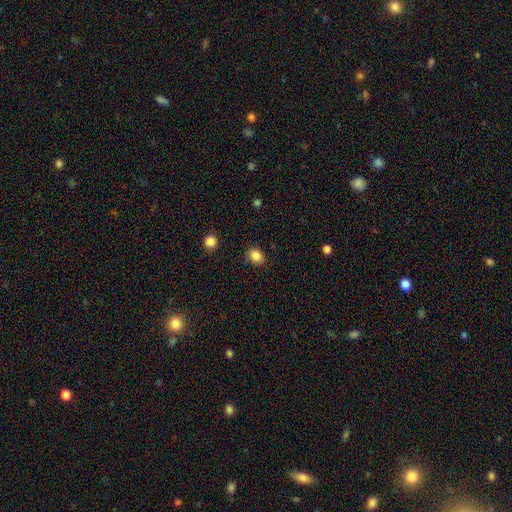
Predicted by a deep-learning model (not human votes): The model was most divided on "how rounded" (2-way tie): round: 50%, in between: 50%, cigar-shaped: 1%. More confident: smooth or featured — smooth (85%); merging — none (79%).